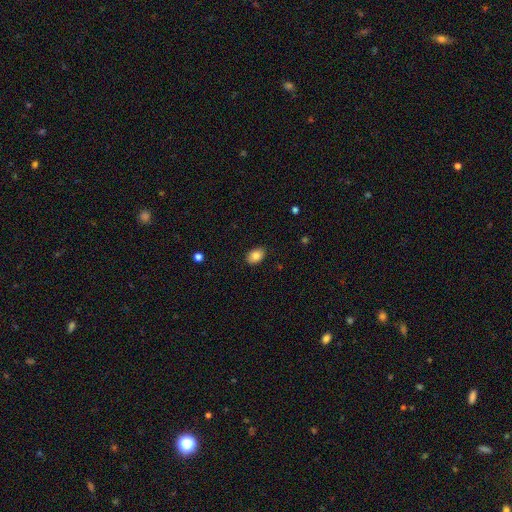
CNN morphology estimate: smooth 84%, star or artifact 8%, featured or disk 8%. Down the decision tree: how rounded — in between (82%); merging — none (87%).